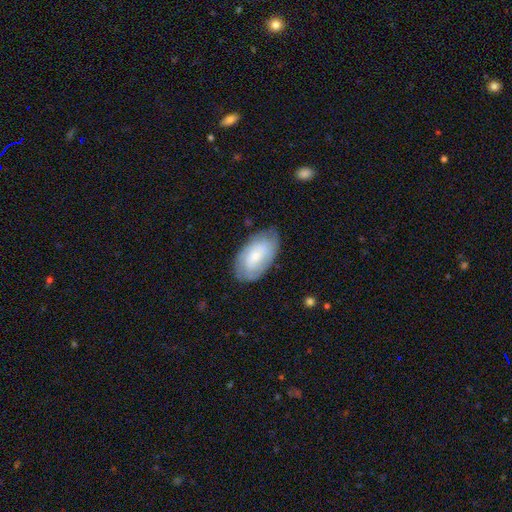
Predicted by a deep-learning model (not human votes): Overall: smooth (50%; featured or disk 43%). How rounded: in between (93%). Merging: none (73%).